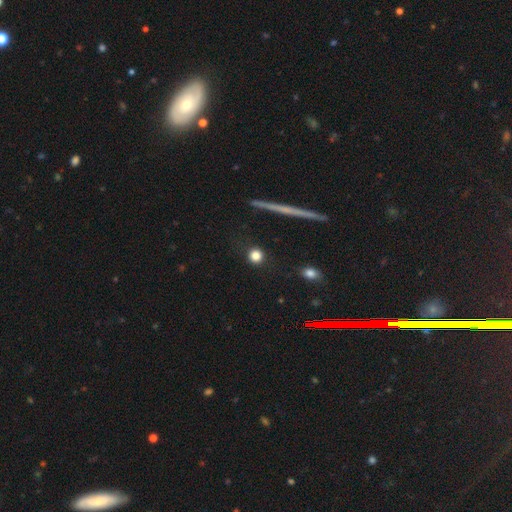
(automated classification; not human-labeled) A smooth galaxy with no disk features (83%) that is round (91%).

Vote fractions:
- Smooth or featured? smooth: 83% / star or artifact: 11% / featured or disk: 7%
- How rounded? round: 91% / in between: 7% / cigar-shaped: 2%
- Merging? none: 88% / minor disturbance: 7% / major disturbance: 3% / merger: 2%